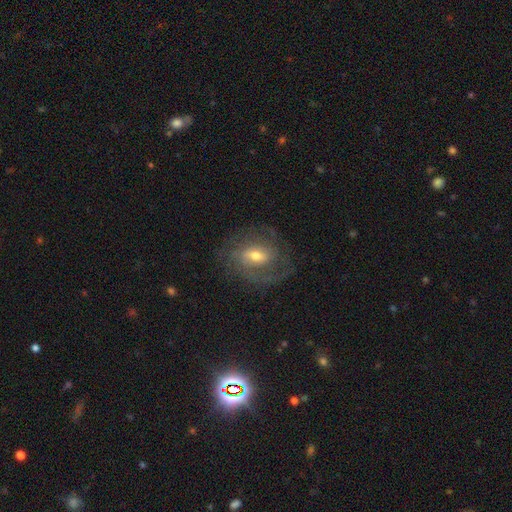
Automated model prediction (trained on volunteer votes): A featured or disk galaxy (75%) with a weak bar (50%), 2 (48%) medium (44%) spiral arms (88%) and a moderate central bulge (63%). Merging: none (67%).